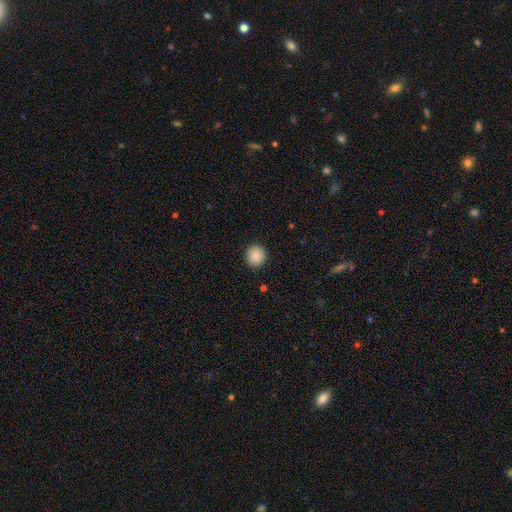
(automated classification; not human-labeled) Q: Smooth or featured?
A: smooth (87%); runner-up: star or artifact (9%)
Q: How rounded?
A: round (92%); runner-up: in between (7%)
Q: Merging?
A: none (92%); runner-up: minor disturbance (5%)